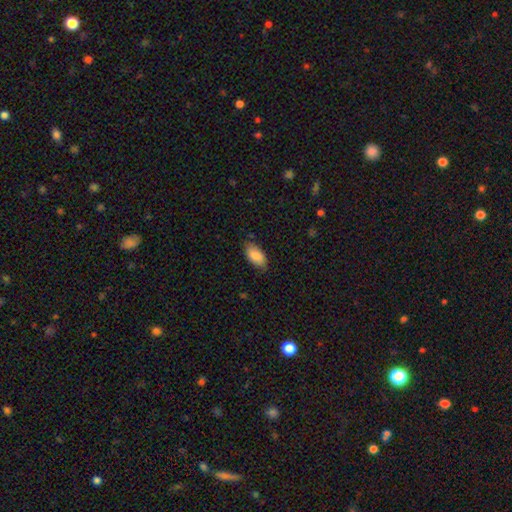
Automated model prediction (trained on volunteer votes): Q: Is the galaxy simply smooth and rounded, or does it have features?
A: smooth — 86%.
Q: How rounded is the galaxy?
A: in between — 94%.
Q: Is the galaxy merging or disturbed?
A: none — 80%.